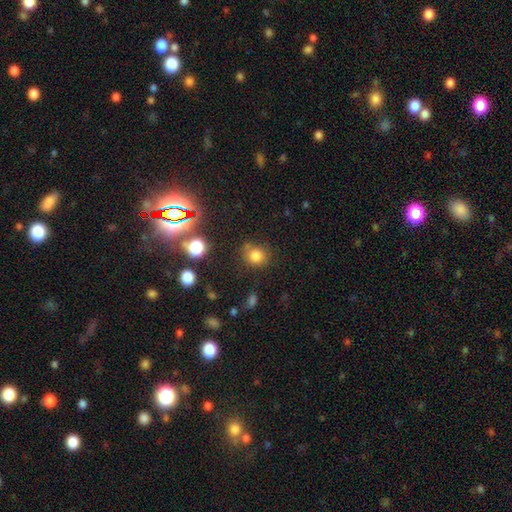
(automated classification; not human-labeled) Q: Smooth or featured?
A: smooth (77%); runner-up: star or artifact (16%)
Q: How rounded?
A: round (80%); runner-up: in between (19%)
Q: Merging?
A: none (73%); runner-up: minor disturbance (15%)